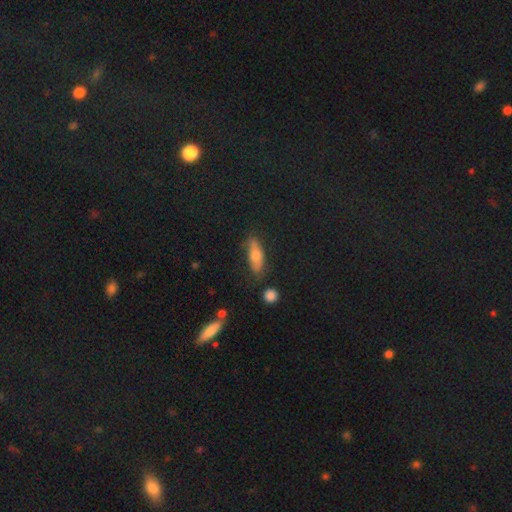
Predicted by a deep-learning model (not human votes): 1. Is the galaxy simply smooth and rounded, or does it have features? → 57% smooth, 26% featured or disk, 17% star or artifact.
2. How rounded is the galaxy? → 56% in between, 38% cigar-shaped, 6% round.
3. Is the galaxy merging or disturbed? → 74% none, 18% minor disturbance, 5% major disturbance, 3% merger.